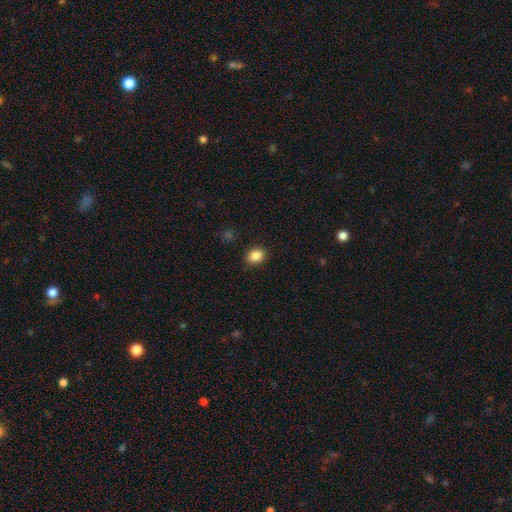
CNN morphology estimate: The model was most divided on "how rounded": in between: 52%, round: 47%, cigar-shaped: 1%. More confident: merging — none (89%); smooth or featured — smooth (86%).